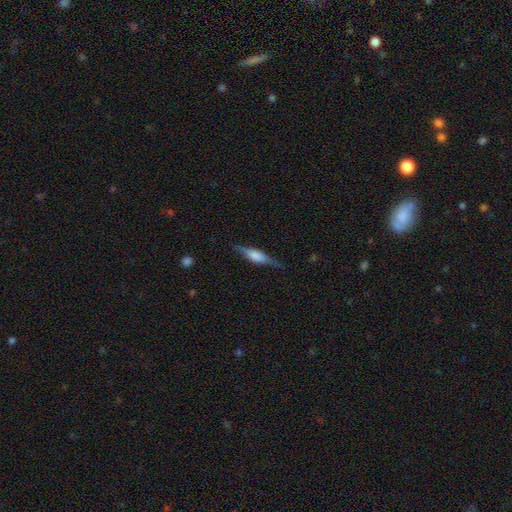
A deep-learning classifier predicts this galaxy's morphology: type=featured or disk (50%); edge-on=yes (94%); merging=none (79%).